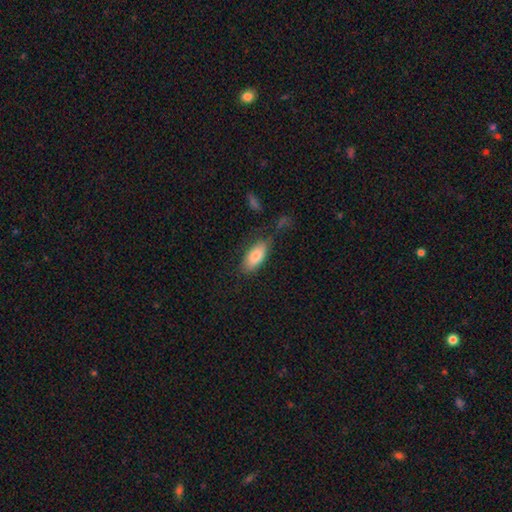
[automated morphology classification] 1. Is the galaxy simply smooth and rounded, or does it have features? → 81% smooth, 13% featured or disk, 7% star or artifact.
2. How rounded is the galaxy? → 87% in between, 11% cigar-shaped, 2% round.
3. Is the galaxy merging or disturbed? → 65% none, 21% minor disturbance, 9% major disturbance, 6% merger.